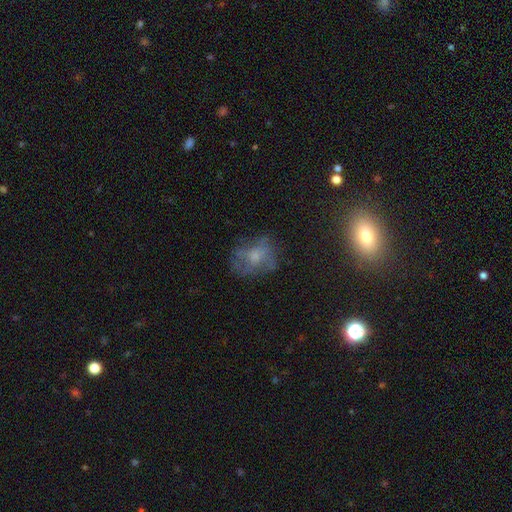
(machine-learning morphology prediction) A smooth galaxy with no disk features (44%).

Vote fractions:
- Smooth or featured? smooth: 44% / featured or disk: 39% / star or artifact: 18%
- Merging? none: 53% / minor disturbance: 22% / major disturbance: 22% / merger: 3%